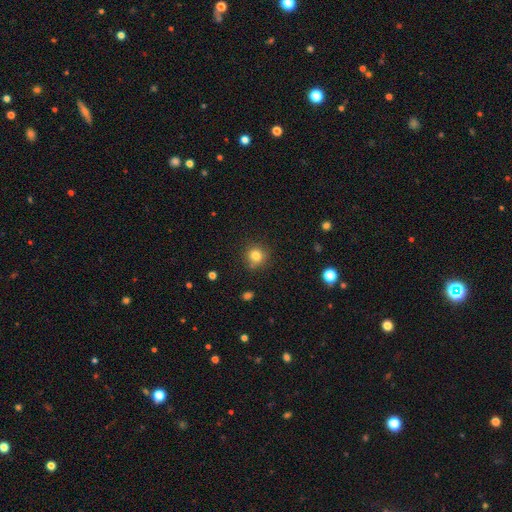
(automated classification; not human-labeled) Q: Smooth or featured?
A: smooth (81%); runner-up: star or artifact (13%)
Q: How rounded?
A: round (90%); runner-up: in between (9%)
Q: Merging?
A: none (80%); runner-up: minor disturbance (14%)